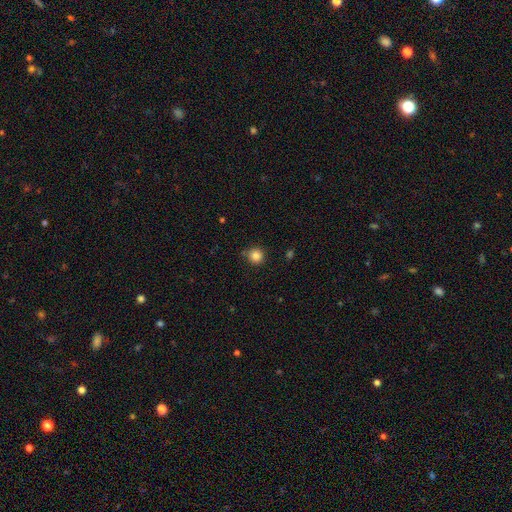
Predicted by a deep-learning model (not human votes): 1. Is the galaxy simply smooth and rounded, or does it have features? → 85% smooth, 11% star or artifact, 4% featured or disk.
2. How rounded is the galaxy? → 93% round, 6% in between, 1% cigar-shaped.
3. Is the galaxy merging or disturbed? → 84% none, 11% minor disturbance, 3% merger, 2% major disturbance.